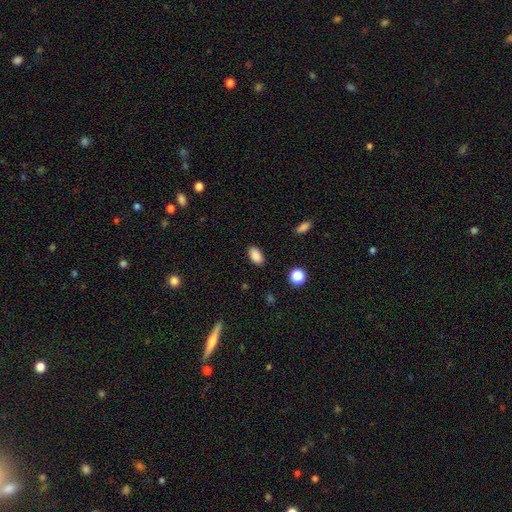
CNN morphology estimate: type=smooth (88%); roundness=in between (91%); merging=none (87%).